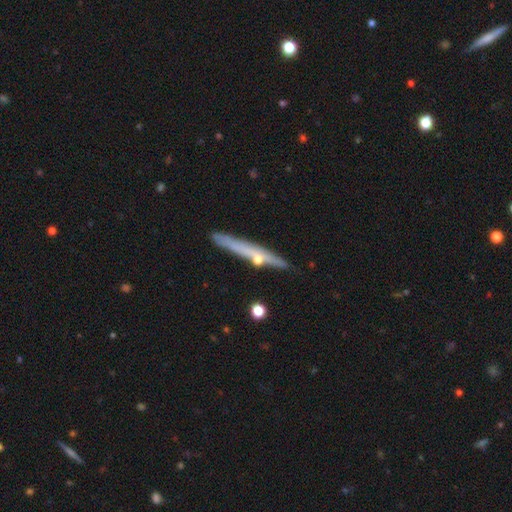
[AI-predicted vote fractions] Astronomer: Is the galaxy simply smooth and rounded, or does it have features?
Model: featured or disk — 54% (runner-up: smooth, 40%).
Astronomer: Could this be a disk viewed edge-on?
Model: yes — 93%.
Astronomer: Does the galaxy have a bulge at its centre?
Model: rounded — 57% (runner-up: none, 40%).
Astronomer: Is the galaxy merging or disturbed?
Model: none — 81%.